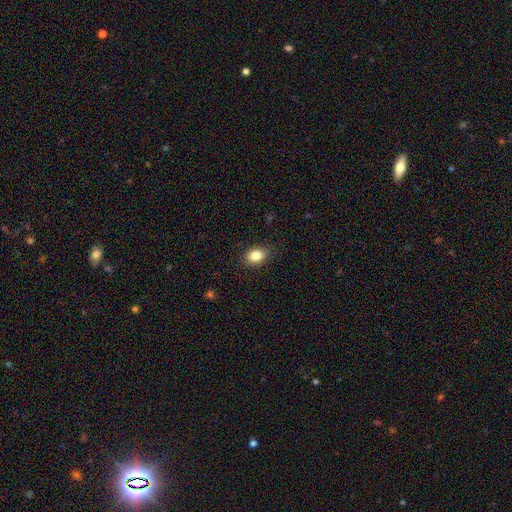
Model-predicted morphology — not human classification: smooth_or_featured: smooth (p=0.85) [alt: star or artifact p=0.09]
how_rounded: in between (p=0.71) [alt: round p=0.28]
merging: none (p=0.86) [alt: minor disturbance p=0.10]